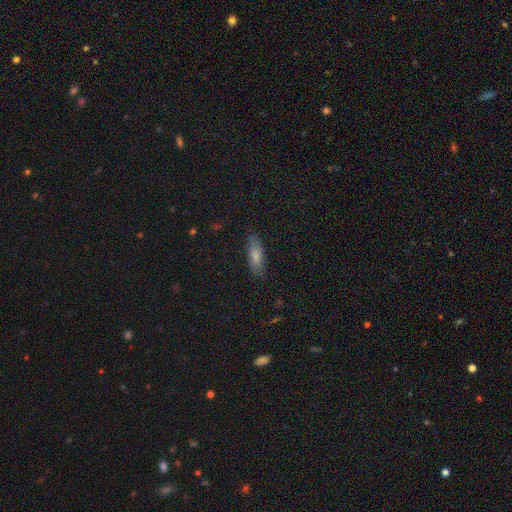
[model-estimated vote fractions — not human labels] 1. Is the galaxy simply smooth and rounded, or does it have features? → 77% smooth, 16% featured or disk, 7% star or artifact.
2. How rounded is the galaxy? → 63% in between, 35% cigar-shaped, 2% round.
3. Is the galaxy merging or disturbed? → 81% none, 15% minor disturbance, 3% major disturbance, 1% merger.